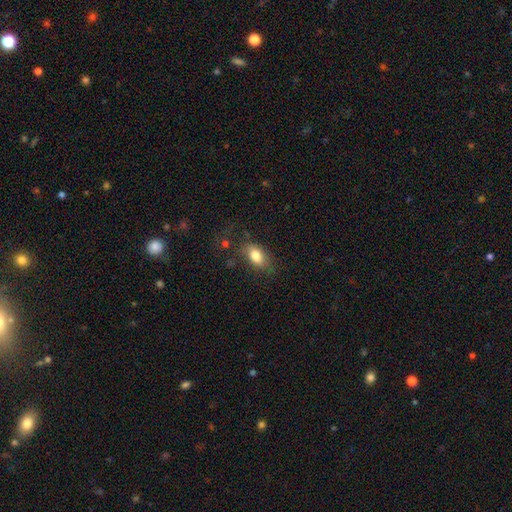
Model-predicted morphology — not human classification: Smooth or featured: smooth — 82% (featured or disk — 10%)
How rounded: in between — 86% (round — 11%)
Merging: none — 65% (minor disturbance — 21%)